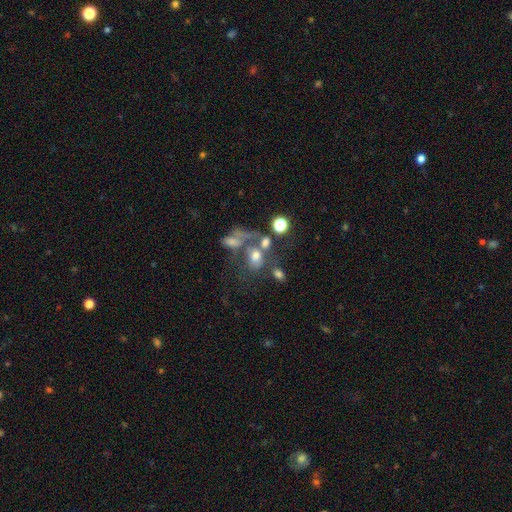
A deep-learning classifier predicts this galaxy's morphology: The model was most divided on "merging": merger: 41%, none: 28%, major disturbance: 19%, minor disturbance: 12%. More confident: how rounded — in between (63%); smooth or featured — smooth (51%).